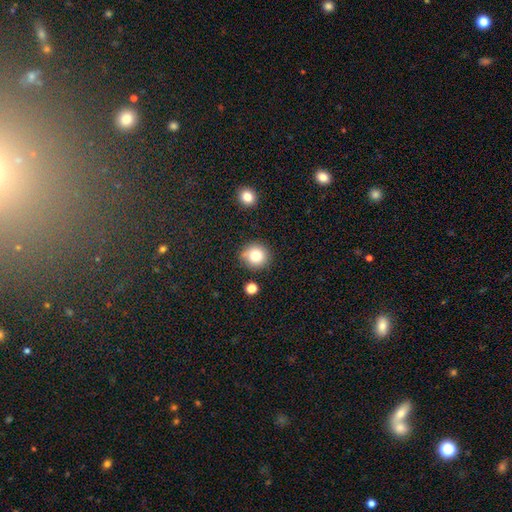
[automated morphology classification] This appears to be a smooth galaxy with no disk features (80%) that is round (91%). Merging: none (80%).